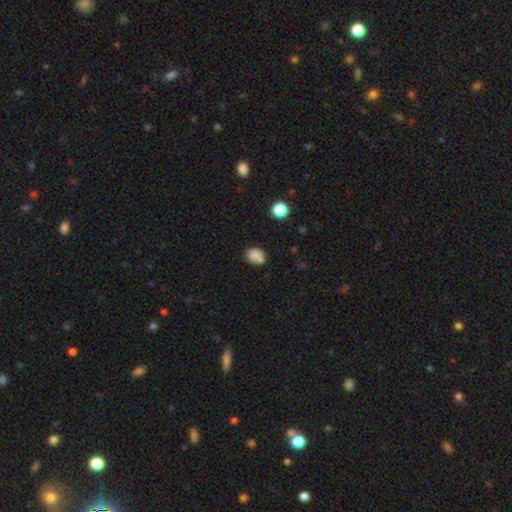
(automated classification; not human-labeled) This is clearly a smooth galaxy (81%). How rounded: possibly round (58%). Merging: likely none (60%).